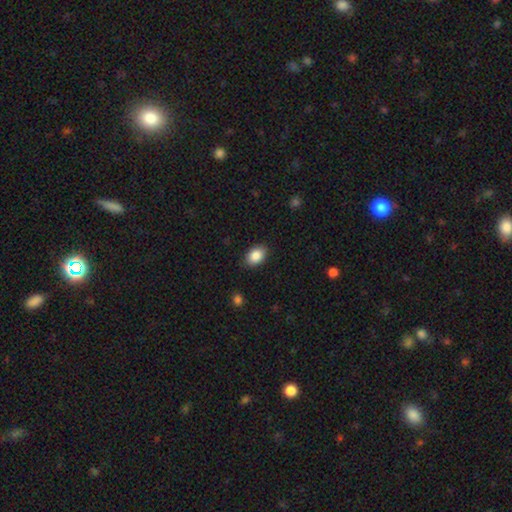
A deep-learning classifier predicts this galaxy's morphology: Smooth or featured? smooth (87%)
How rounded? in between (82%)
Merging? none (87%)